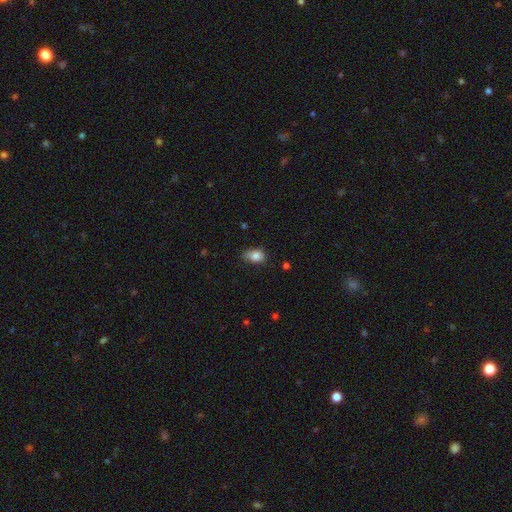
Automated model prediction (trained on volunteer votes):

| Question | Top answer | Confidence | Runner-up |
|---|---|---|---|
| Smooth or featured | smooth | 83% | star or artifact (9%) |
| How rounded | in between | 78% | round (20%) |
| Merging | none | 60% | minor disturbance (32%) |